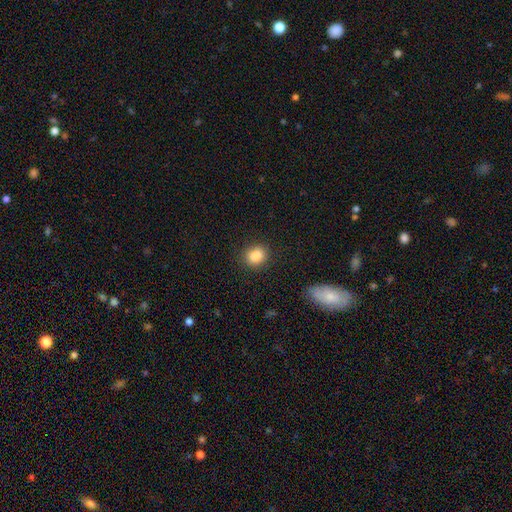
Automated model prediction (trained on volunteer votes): This appears to be a smooth galaxy with no disk features (86%) that is round (62%). Merging: none (87%).